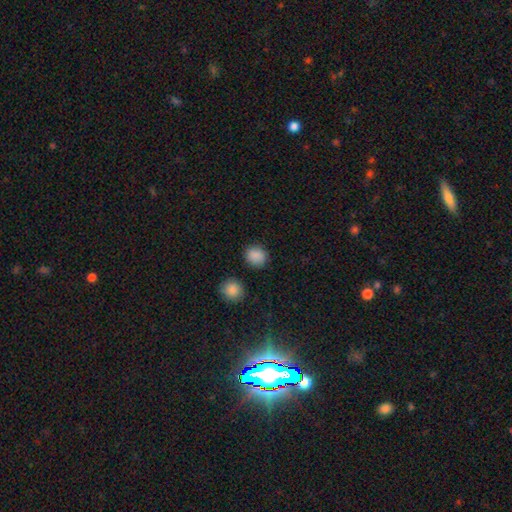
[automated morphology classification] Overall: smooth (87%). How rounded: round (81%). Merging: none (86%).